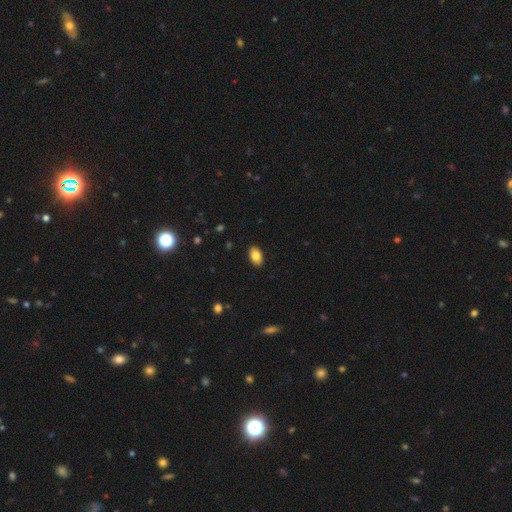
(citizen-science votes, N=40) Smooth or featured?
  - smooth: 72% *
  - featured or disk: 15%
  - star or artifact: 12%
How rounded?
  - in between: 93% *
  - round: 7%
  - cigar-shaped: 0%
Merging?
  - none: 86% *
  - minor disturbance: 11%
  - merger: 3%
  - major disturbance: 0%